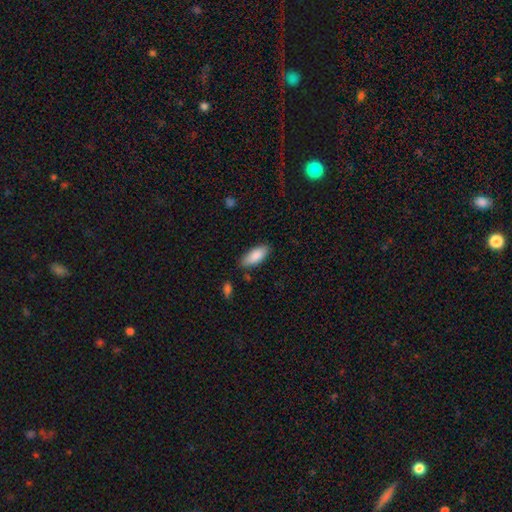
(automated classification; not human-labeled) Smooth or featured: smooth — 88% (featured or disk — 7%)
How rounded: in between — 83% (cigar-shaped — 15%)
Merging: none — 82% (minor disturbance — 13%)